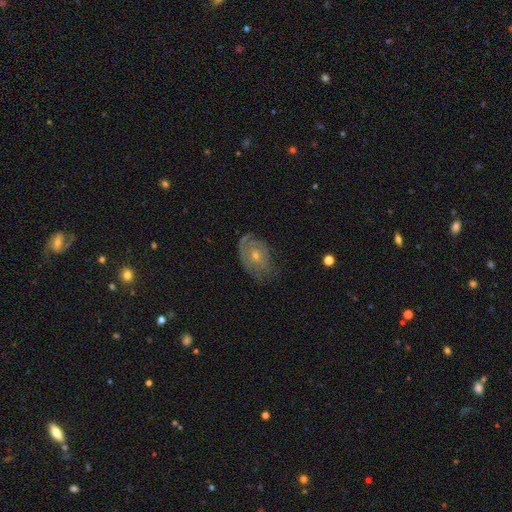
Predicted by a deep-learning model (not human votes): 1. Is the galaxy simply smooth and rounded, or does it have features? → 61% featured or disk, 28% smooth, 11% star or artifact.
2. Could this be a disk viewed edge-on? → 94% no, 6% yes.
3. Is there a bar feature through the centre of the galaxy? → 82% no, 15% weak, 3% strong.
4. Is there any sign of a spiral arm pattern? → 66% yes, 34% no.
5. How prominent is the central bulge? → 56% small, 40% moderate, 2% large, 2% none, 1% dominant.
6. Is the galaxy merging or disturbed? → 61% none, 25% minor disturbance, 13% major disturbance, 2% merger.